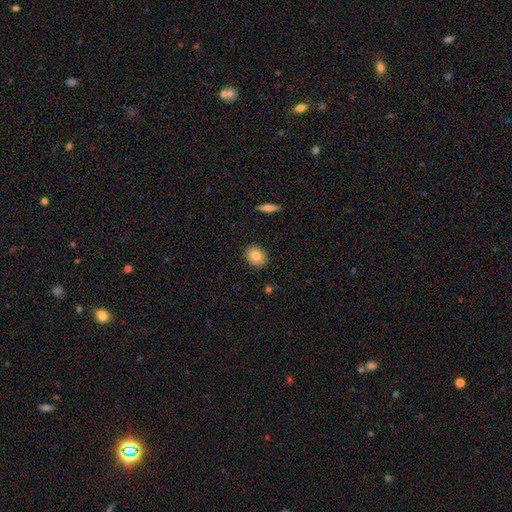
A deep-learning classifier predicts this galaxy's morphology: This appears to be a smooth galaxy with no disk features (82%) that is round (53%). Merging: none (89%).